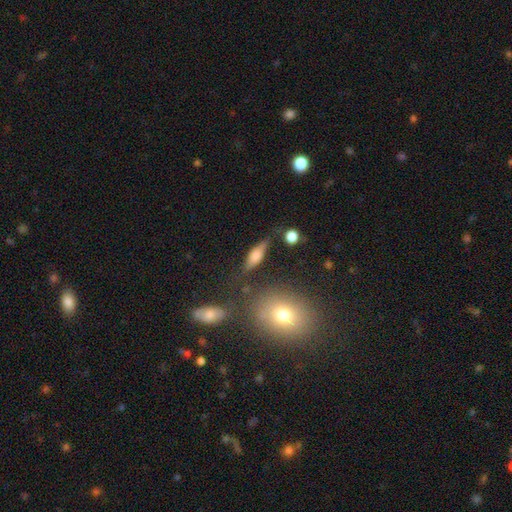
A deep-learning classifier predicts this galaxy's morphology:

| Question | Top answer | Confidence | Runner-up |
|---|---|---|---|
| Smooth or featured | smooth | 54% | featured or disk (38%) |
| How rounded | in between | 54% | cigar-shaped (41%) |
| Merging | none | 63% | minor disturbance (23%) |